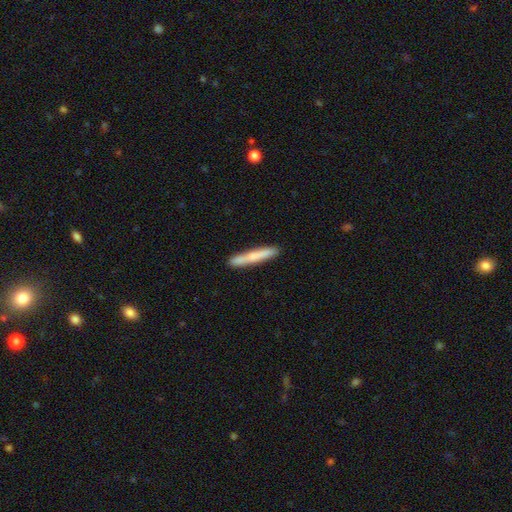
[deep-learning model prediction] Q: Smooth or featured?
A: smooth (71%); runner-up: featured or disk (24%)
Q: How rounded?
A: cigar-shaped (95%); runner-up: in between (4%)
Q: Merging?
A: none (87%); runner-up: minor disturbance (9%)